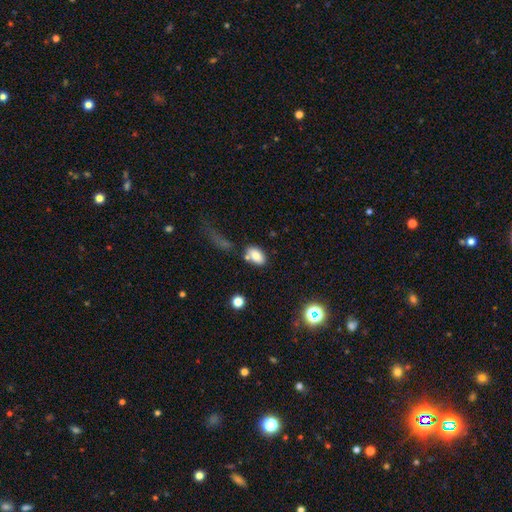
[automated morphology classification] A smooth galaxy with no disk features (78%) that is in between round and cigar-shaped (89%).

Vote fractions:
- Smooth or featured? smooth: 78% / featured or disk: 12% / star or artifact: 10%
- How rounded? in between: 89% / round: 9% / cigar-shaped: 2%
- Merging? none: 63% / merger: 17% / minor disturbance: 15% / major disturbance: 6%